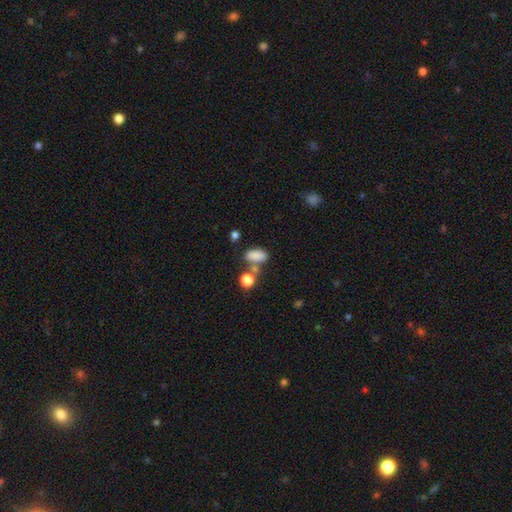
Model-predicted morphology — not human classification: This is clearly a smooth galaxy (82%). How rounded: clearly in between (88%). Merging: possibly none (55%).